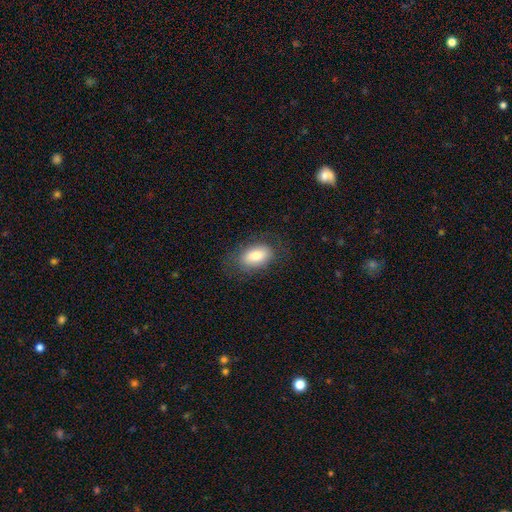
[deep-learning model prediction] Smooth or featured? Predicted: smooth (p=0.80). How rounded? Predicted: in between (p=0.90). Merging? Predicted: none (p=0.77).